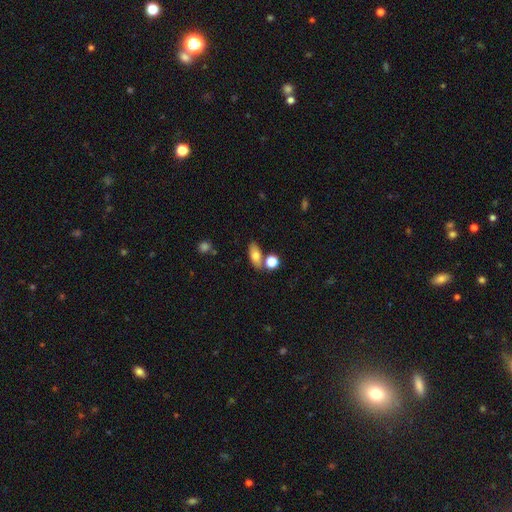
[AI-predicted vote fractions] Overall: smooth (74%). How rounded: in between (79%). Merging: none (67%).